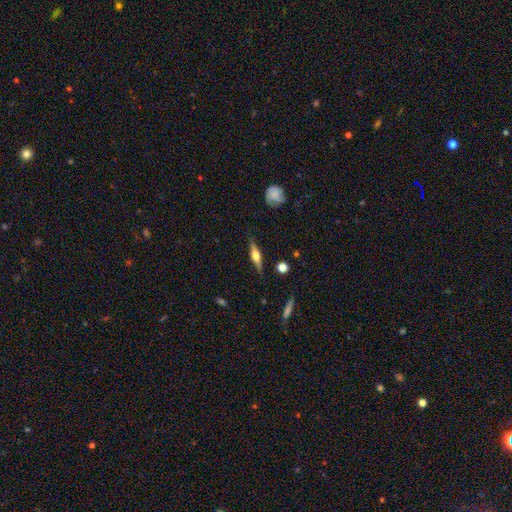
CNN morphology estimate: This is likely a featured or disk galaxy (69%). It is clearly viewed edge-on (96%). Edge-on bulge: clearly rounded (90%). Merging: clearly none (85%).